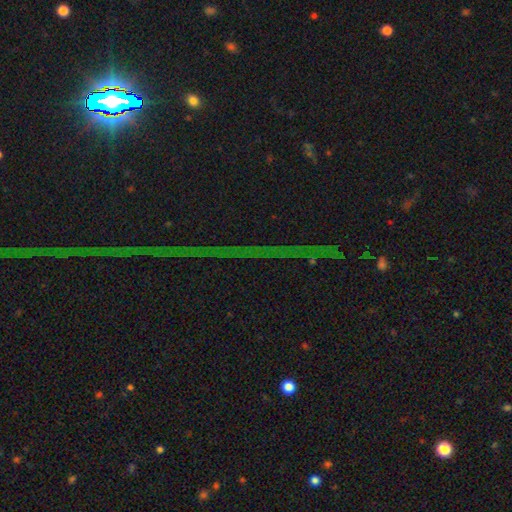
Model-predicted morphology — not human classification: Overall: star or artifact (82%).